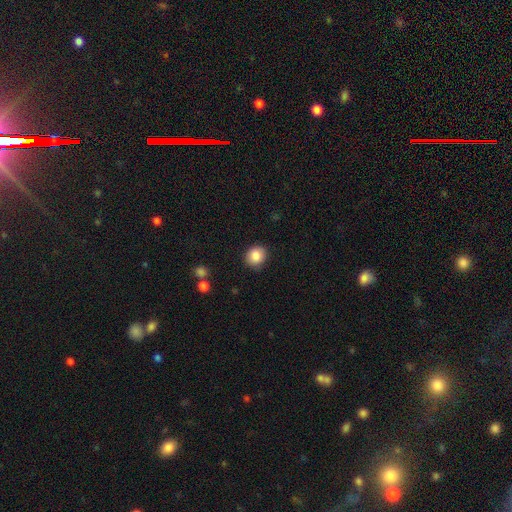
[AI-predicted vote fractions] A smooth galaxy with no disk features (86%) that is round (80%).

Vote fractions:
- Smooth or featured? smooth: 86% / star or artifact: 9% / featured or disk: 5%
- How rounded? round: 80% / in between: 19% / cigar-shaped: 1%
- Merging? none: 87% / minor disturbance: 9% / major disturbance: 2% / merger: 1%